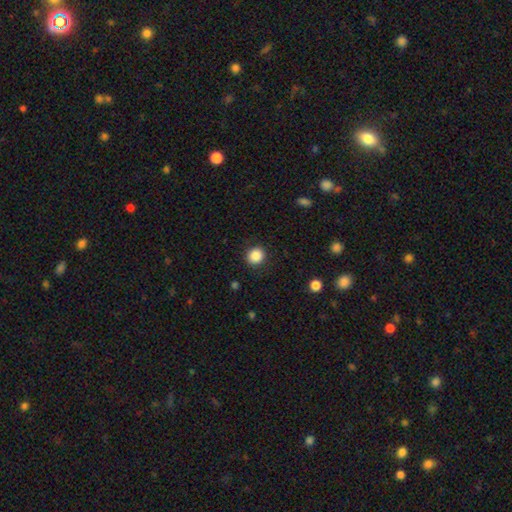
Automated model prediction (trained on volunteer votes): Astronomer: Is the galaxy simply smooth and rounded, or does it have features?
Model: smooth — 86%.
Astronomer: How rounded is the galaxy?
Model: round — 87%.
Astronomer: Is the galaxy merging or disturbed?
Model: none — 90%.